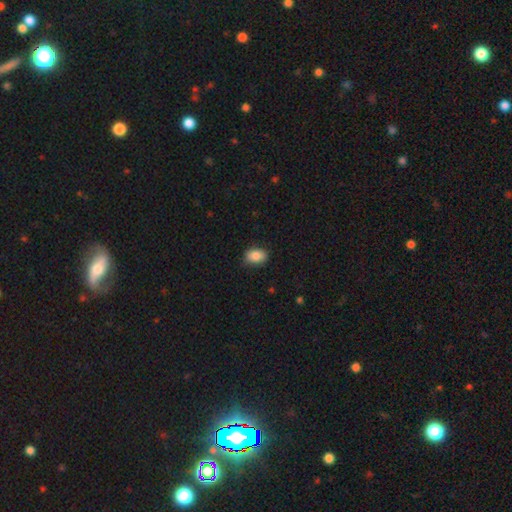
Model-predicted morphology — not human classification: Smooth or featured: smooth — 85% (star or artifact — 8%)
How rounded: in between — 78% (round — 21%)
Merging: none — 77% (minor disturbance — 19%)